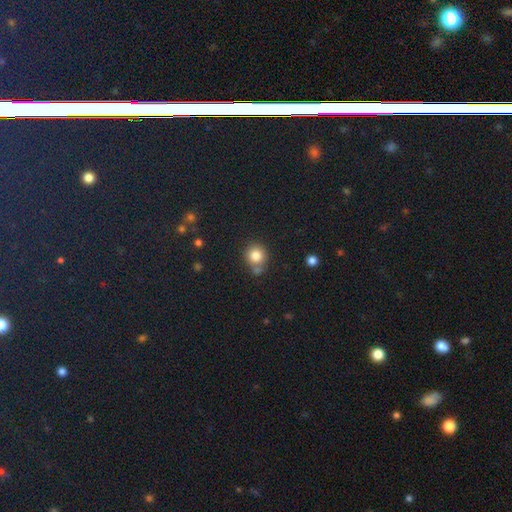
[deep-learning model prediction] smooth-or-featured: smooth: 82% | star or artifact: 11% | featured or disk: 7%
  how-rounded: round: 88% | in between: 11% | cigar-shaped: 1%
  merging: none: 64% | merger: 19% | minor disturbance: 13% | major disturbance: 4%